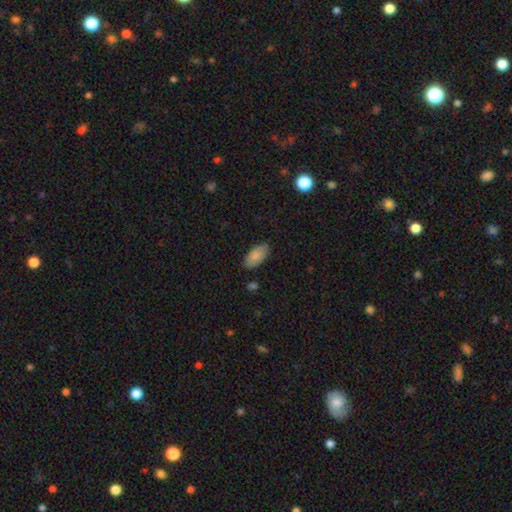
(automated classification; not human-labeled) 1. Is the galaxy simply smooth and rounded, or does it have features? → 85% smooth, 8% featured or disk, 7% star or artifact.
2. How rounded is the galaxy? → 94% in between, 3% cigar-shaped, 2% round.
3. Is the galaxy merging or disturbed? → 85% none, 12% minor disturbance, 2% major disturbance, 1% merger.